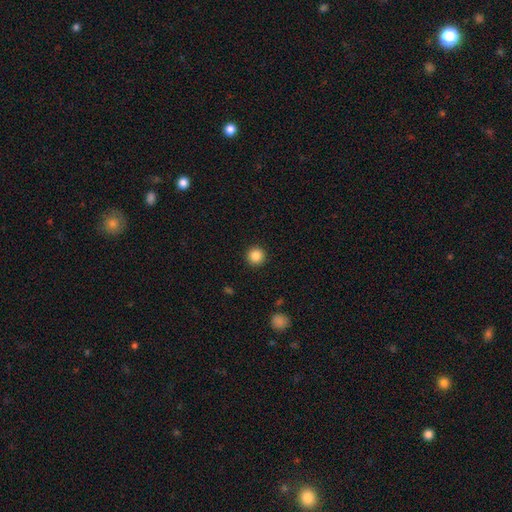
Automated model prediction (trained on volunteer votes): smooth-or-featured: smooth: 86% | star or artifact: 10% | featured or disk: 4%
  how-rounded: round: 96% | in between: 3% | cigar-shaped: 1%
  merging: none: 93% | minor disturbance: 4% | major disturbance: 2% | merger: 1%